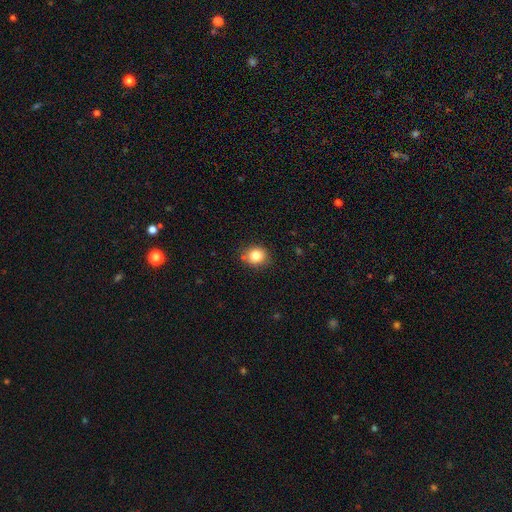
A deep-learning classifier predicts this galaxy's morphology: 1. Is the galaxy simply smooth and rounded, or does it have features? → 82% smooth, 11% star or artifact, 7% featured or disk.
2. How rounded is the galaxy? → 76% round, 23% in between, 1% cigar-shaped.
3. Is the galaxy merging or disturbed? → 84% none, 11% minor disturbance, 2% major disturbance, 2% merger.